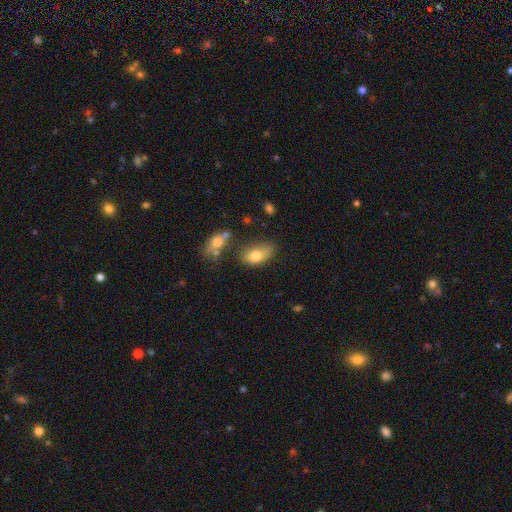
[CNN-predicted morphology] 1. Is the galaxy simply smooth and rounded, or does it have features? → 77% smooth, 14% featured or disk, 8% star or artifact.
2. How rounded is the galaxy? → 88% in between, 8% round, 4% cigar-shaped.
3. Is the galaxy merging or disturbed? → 51% none, 28% minor disturbance, 10% merger, 10% major disturbance.